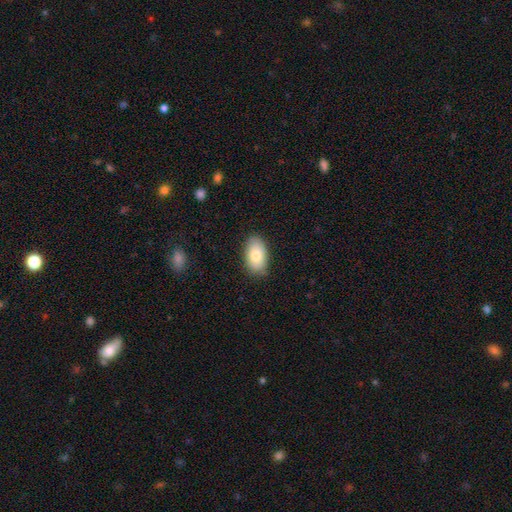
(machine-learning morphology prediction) A smooth galaxy with no disk features (79%) that is in between round and cigar-shaped (92%). Merging: none (84%).